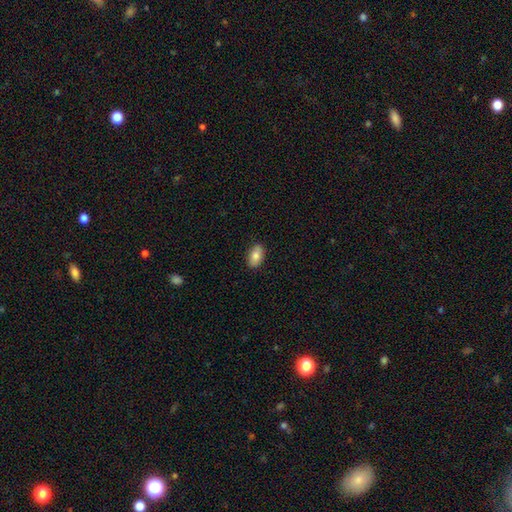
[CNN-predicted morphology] smooth_or_featured: smooth (p=0.82) [alt: featured or disk p=0.11]
how_rounded: in between (p=0.92) [alt: round p=0.05]
merging: none (p=0.89) [alt: minor disturbance p=0.08]